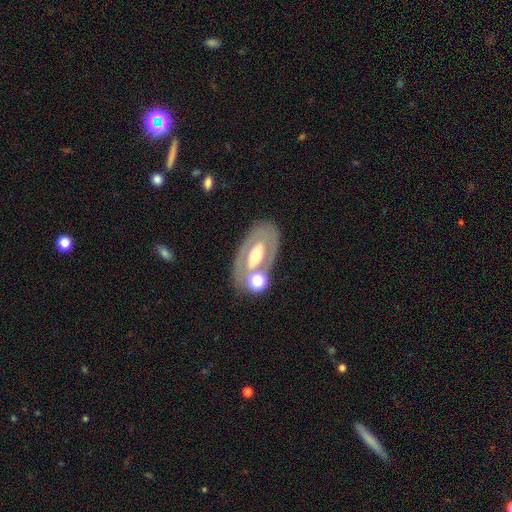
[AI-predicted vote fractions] The model was most divided on "smooth or featured": featured or disk: 64%, smooth: 29%, star or artifact: 7%. More confident: edge-on disk — no (88%); spiral arms — no (79%); bulge size — moderate (65%); merging — none (65%); bar — no (58%).